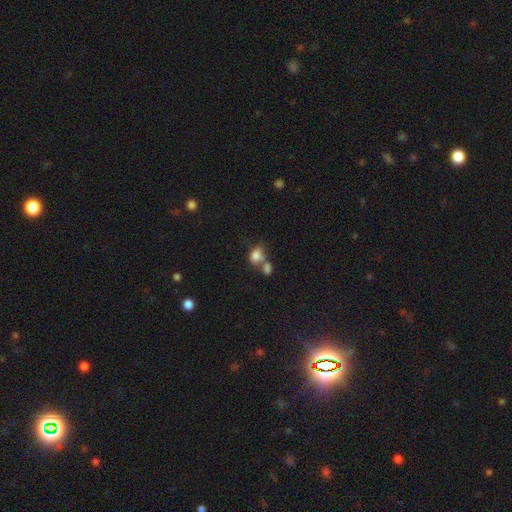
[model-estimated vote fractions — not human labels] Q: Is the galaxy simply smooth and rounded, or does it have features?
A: smooth — 79%.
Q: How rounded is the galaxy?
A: in between — 55%.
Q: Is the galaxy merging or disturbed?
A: merger — 46%.